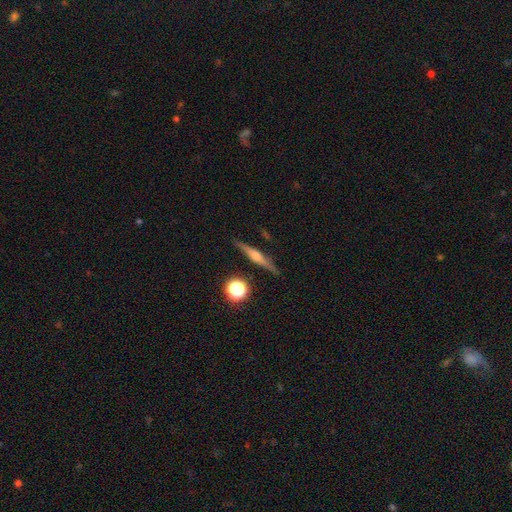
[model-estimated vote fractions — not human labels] The model was most divided on "smooth or featured": featured or disk: 68%, smooth: 24%, star or artifact: 8%. More confident: edge-on disk — yes (97%); merging — none (89%); edge-on bulge — rounded (75%).